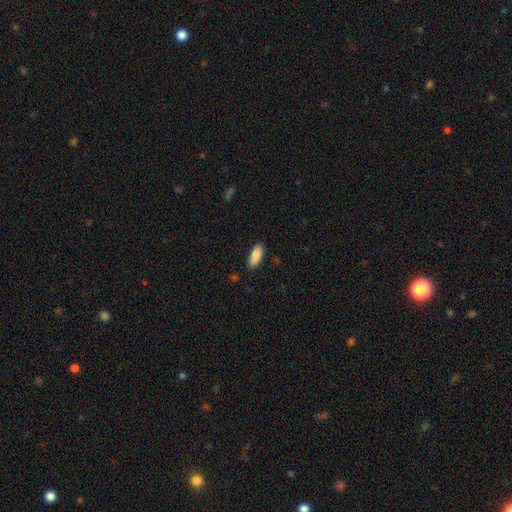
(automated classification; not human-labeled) This is clearly a smooth galaxy (89%). How rounded: likely in between (74%). Merging: clearly none (87%).